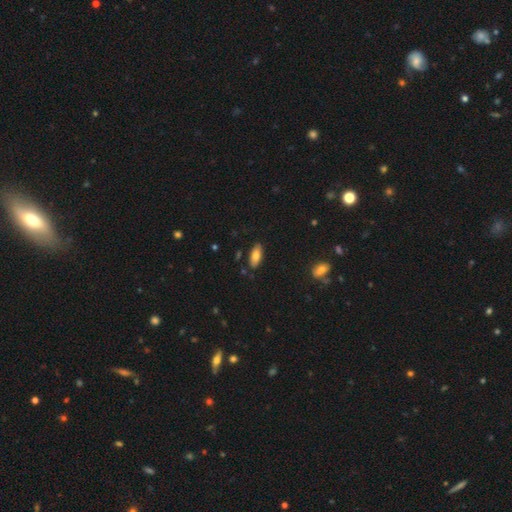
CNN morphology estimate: Q: Smooth or featured?
A: smooth (80%); runner-up: featured or disk (13%)
Q: How rounded?
A: in between (85%); runner-up: cigar-shaped (13%)
Q: Merging?
A: none (84%); runner-up: minor disturbance (12%)